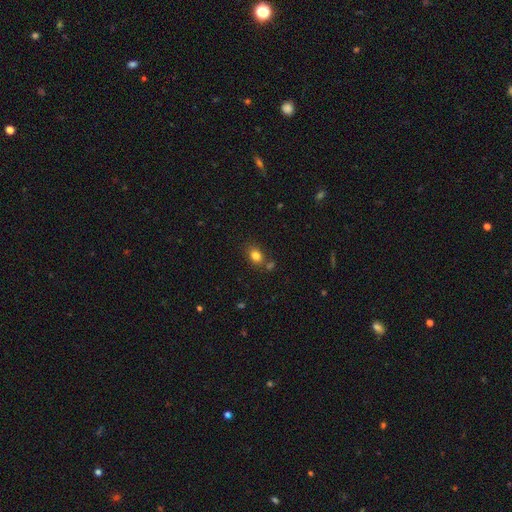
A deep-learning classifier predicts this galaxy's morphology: smooth-or-featured: smooth: 81% | star or artifact: 12% | featured or disk: 7%
  how-rounded: in between: 57% | round: 42% | cigar-shaped: 1%
  merging: none: 71% | minor disturbance: 13% | merger: 12% | major disturbance: 4%